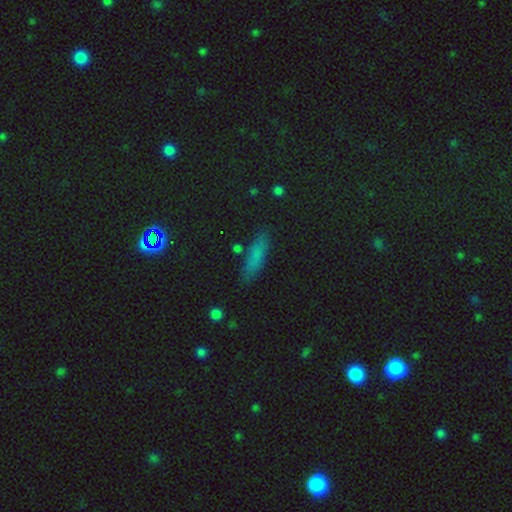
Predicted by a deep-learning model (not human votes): Overall: smooth (69%). How rounded: cigar-shaped (64%; in between 32%). Merging: none (82%).